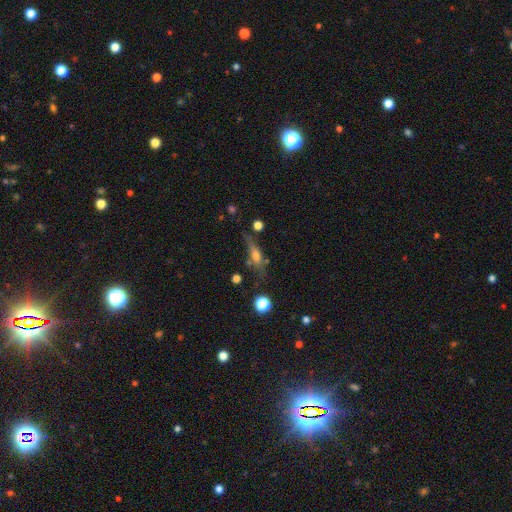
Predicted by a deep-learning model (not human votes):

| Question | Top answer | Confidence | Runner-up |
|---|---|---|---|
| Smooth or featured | featured or disk | 48% | smooth (39%) |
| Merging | none | 59% | minor disturbance (22%) |